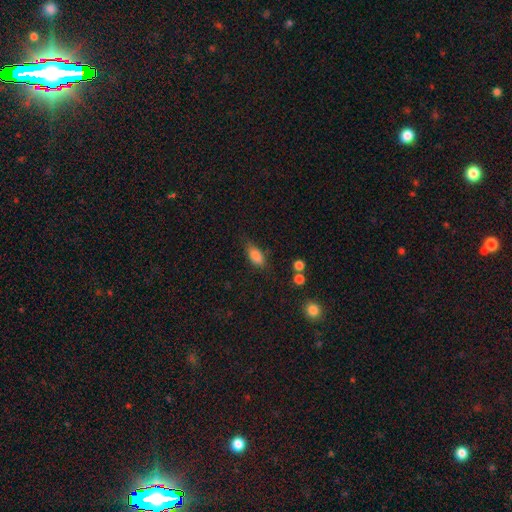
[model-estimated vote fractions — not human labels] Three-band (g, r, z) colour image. It shows a smooth galaxy with no disk features (84%) that is in between round and cigar-shaped (85%). Merging: none (63%).